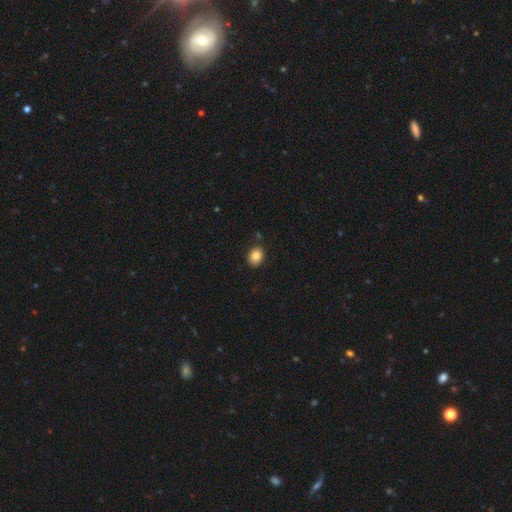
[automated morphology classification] smooth_or_featured: smooth (p=0.84) [alt: star or artifact p=0.09]
how_rounded: in between (p=0.53) [alt: round p=0.47]
merging: none (p=0.85) [alt: minor disturbance p=0.10]